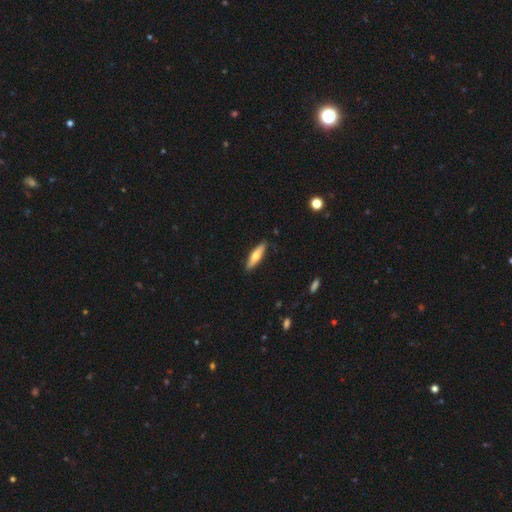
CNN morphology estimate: type=smooth (60%); roundness=cigar-shaped (70%); merging=none (88%).